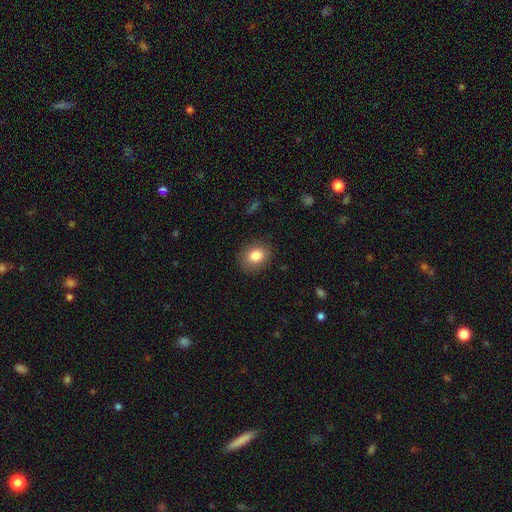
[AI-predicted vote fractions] smooth-or-featured: smooth: 83% | star or artifact: 9% | featured or disk: 8%
  how-rounded: round: 51% | in between: 48% | cigar-shaped: 1%
  merging: none: 87% | minor disturbance: 9% | major disturbance: 3% | merger: 1%